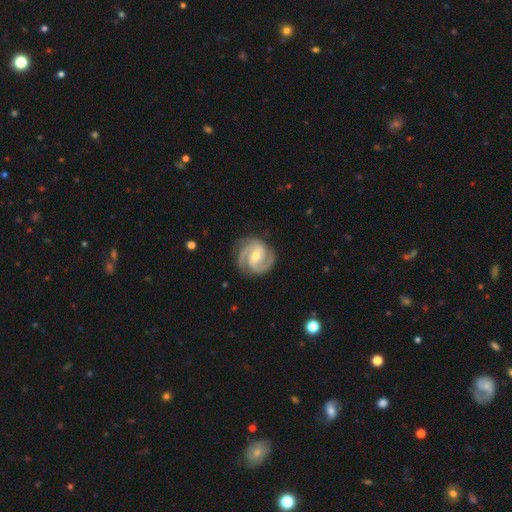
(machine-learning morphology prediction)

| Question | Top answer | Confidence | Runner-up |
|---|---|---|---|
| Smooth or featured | featured or disk | 92% | smooth (4%) |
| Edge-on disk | no | 98% | yes (2%) |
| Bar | weak | 45% | strong (27%) |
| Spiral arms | yes | 98% | no (2%) |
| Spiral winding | tight | 50% | medium (44%) |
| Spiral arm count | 2 | 60% | 3 (29%) |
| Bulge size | small | 51% | moderate (46%) |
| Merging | none | 82% | minor disturbance (13%) |